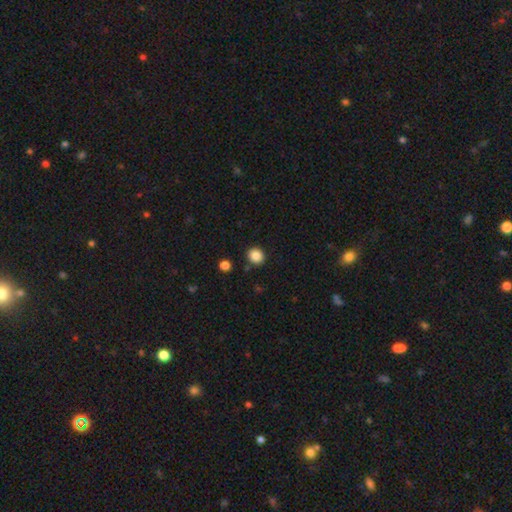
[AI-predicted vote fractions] Smooth or featured: smooth — 87% (star or artifact — 10%)
How rounded: round — 84% (in between — 15%)
Merging: none — 88% (minor disturbance — 7%)